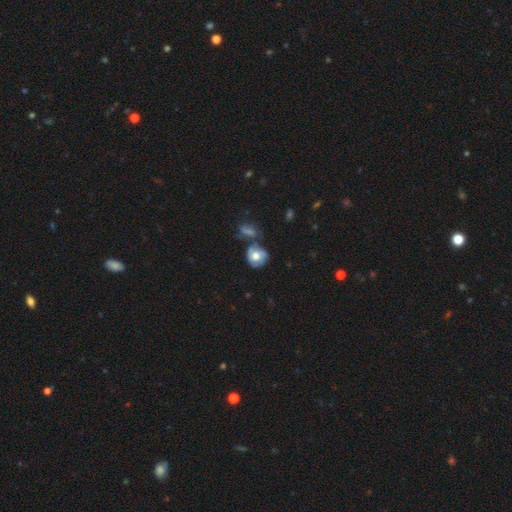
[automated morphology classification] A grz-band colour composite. It shows a smooth galaxy with no disk features (58%) that is round (72%). Merging: none (43%).